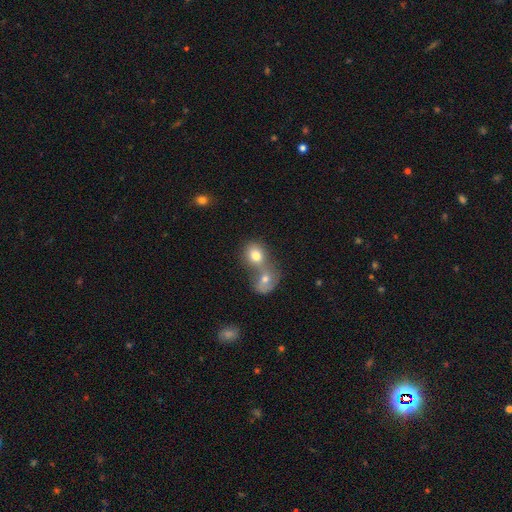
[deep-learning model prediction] This is likely a smooth galaxy (76%). How rounded: possibly round (58%). Merging: likely merger (68%).